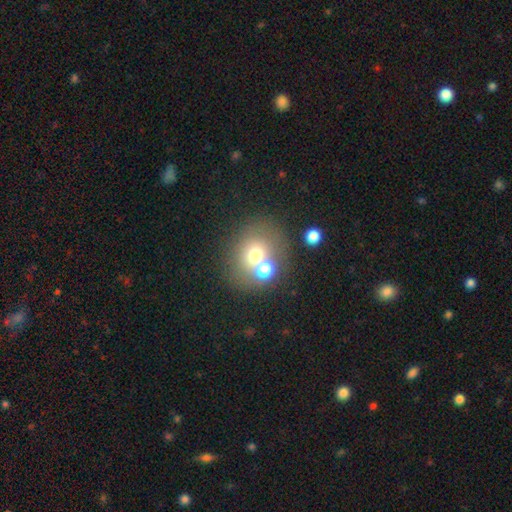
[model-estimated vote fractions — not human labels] A smooth galaxy with no disk features (65%) that is round (72%).

Vote fractions:
- Smooth or featured? smooth: 65% / featured or disk: 19% / star or artifact: 16%
- How rounded? round: 72% / in between: 28% / cigar-shaped: 1%
- Merging? none: 46% / merger: 40% / minor disturbance: 9% / major disturbance: 5%